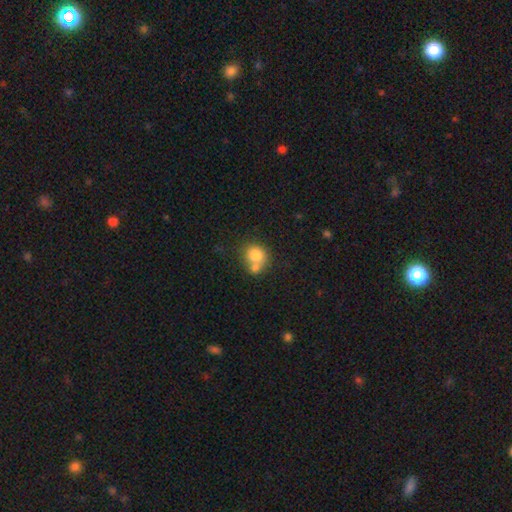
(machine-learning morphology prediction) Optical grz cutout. It shows a smooth galaxy with no disk features (79%) that is round (72%). Merging: merger (47%).